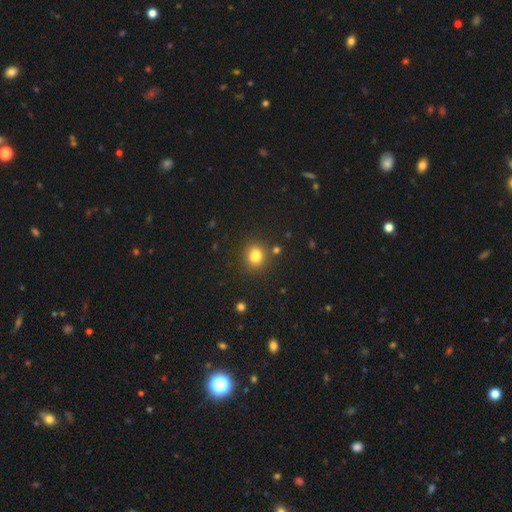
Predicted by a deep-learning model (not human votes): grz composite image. It shows a smooth galaxy with no disk features (81%) that is round (72%). Merging: none (80%).